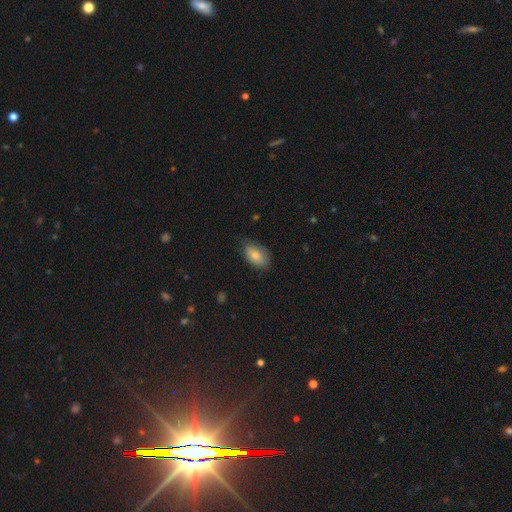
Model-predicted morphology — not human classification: This appears to be a smooth galaxy with no disk features (82%) that is in between round and cigar-shaped (93%). Merging: none (76%).